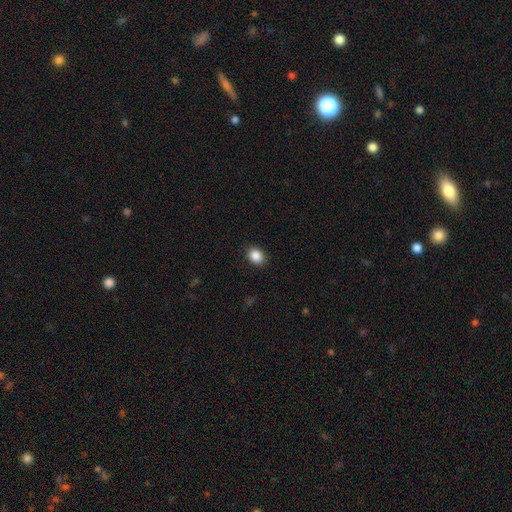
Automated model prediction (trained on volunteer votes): A smooth galaxy with no disk features (88%) that is in between round and cigar-shaped (55%).

Vote fractions:
- Smooth or featured? smooth: 88% / star or artifact: 9% / featured or disk: 3%
- How rounded? in between: 55% / round: 44% / cigar-shaped: 1%
- Merging? none: 89% / minor disturbance: 8% / major disturbance: 2% / merger: 1%